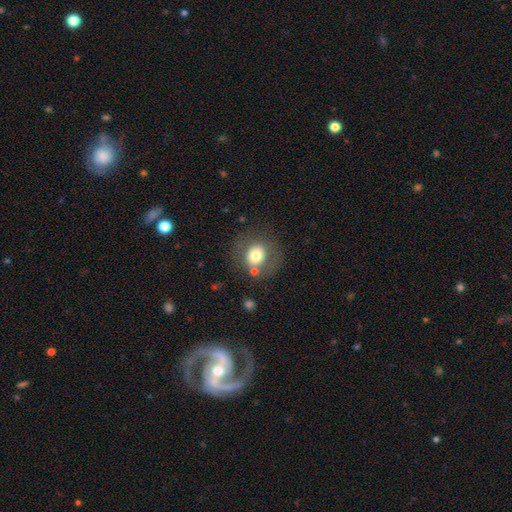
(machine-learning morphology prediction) Overall: smooth (71%). How rounded: round (81%). Merging: none (71%).